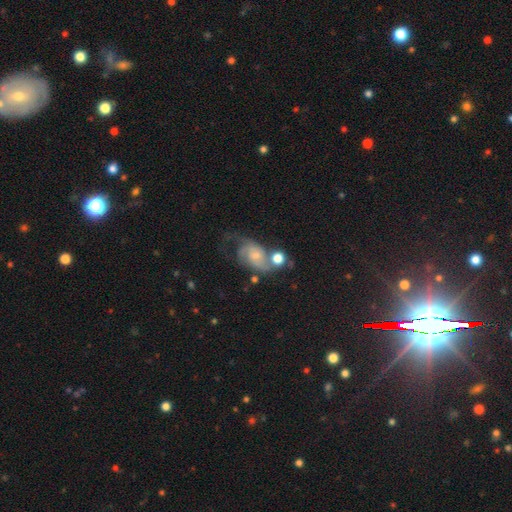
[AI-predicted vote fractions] smooth_or_featured: featured or disk (p=0.68) [alt: smooth p=0.23]
disk_edge_on: no (p=0.97) [alt: yes p=0.03]
bar: no (p=0.66) [alt: weak p=0.30]
has_spiral_arms: yes (p=0.90) [alt: no p=0.10]
spiral_winding: medium (p=0.45) [alt: loose p=0.32]
spiral_arm_count: 2 (p=0.67) [alt: can't tell p=0.16]
bulge_size: small (p=0.58) [alt: moderate p=0.29]
merging: none (p=0.31) [alt: major disturbance p=0.24]